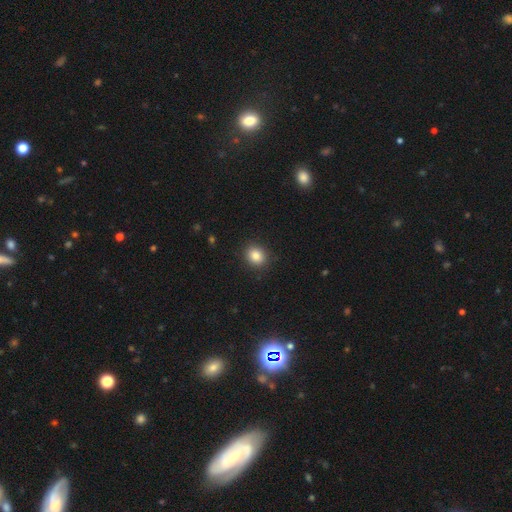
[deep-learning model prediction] This is clearly a smooth galaxy (84%). How rounded: likely round (68%). Merging: clearly none (90%).